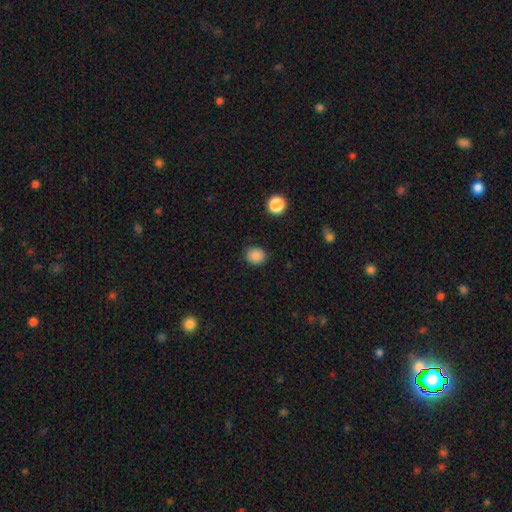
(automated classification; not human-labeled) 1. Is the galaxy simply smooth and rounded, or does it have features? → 86% smooth, 11% star or artifact, 3% featured or disk.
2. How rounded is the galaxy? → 80% round, 19% in between, 1% cigar-shaped.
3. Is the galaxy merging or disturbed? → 86% none, 10% minor disturbance, 3% major disturbance, 1% merger.